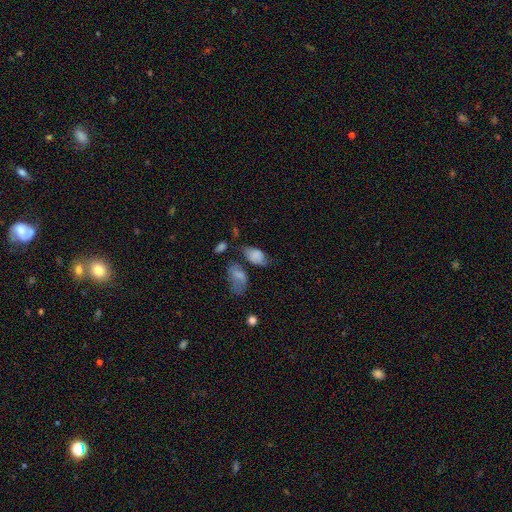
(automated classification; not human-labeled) A smooth galaxy with no disk features (71%) that is in between round and cigar-shaped (90%). Merging: none (40%).